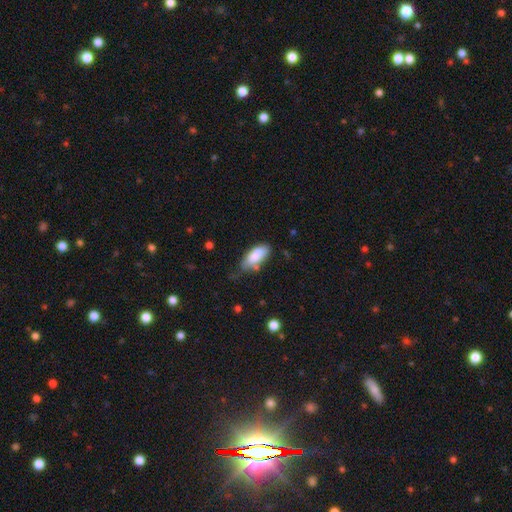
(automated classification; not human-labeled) Smooth or featured: smooth — 84% (featured or disk — 10%)
How rounded: in between — 87% (cigar-shaped — 11%)
Merging: none — 51% (minor disturbance — 36%)